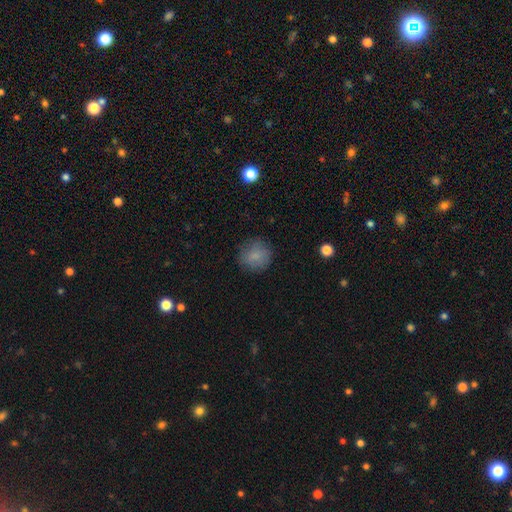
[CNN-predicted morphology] type=smooth (83%); roundness=round (91%); merging=none (82%).